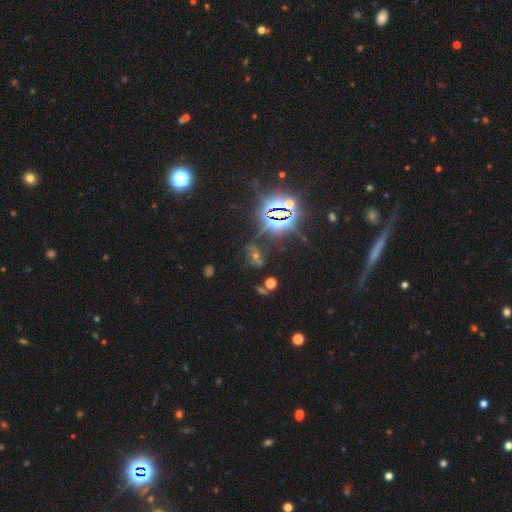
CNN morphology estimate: star or artifact 65%, featured or disk 18%, smooth 16%.